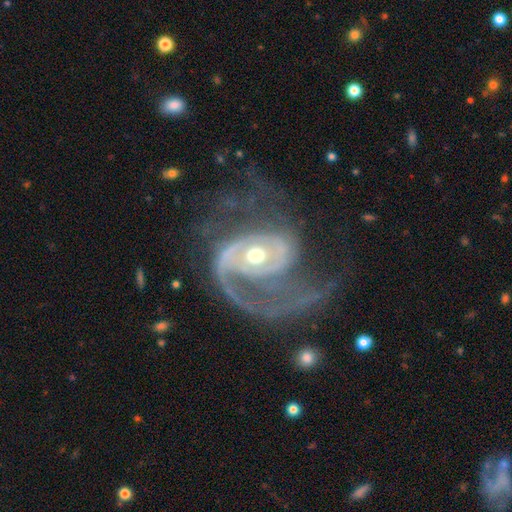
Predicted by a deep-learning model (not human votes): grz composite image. It shows a featured or disk galaxy (89%) with no bar (68%), 1 (45%) medium (42%) spiral arms (93%) and a moderate central bulge (74%). Merging: major disturbance (43%).